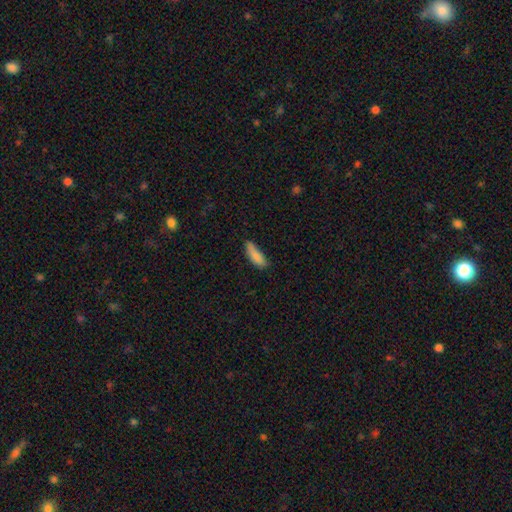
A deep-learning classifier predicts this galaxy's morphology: smooth_or_featured: smooth (p=0.85) [alt: featured or disk p=0.08]
how_rounded: in between (p=0.55) [alt: cigar-shaped p=0.43]
merging: none (p=0.64) [alt: minor disturbance p=0.28]